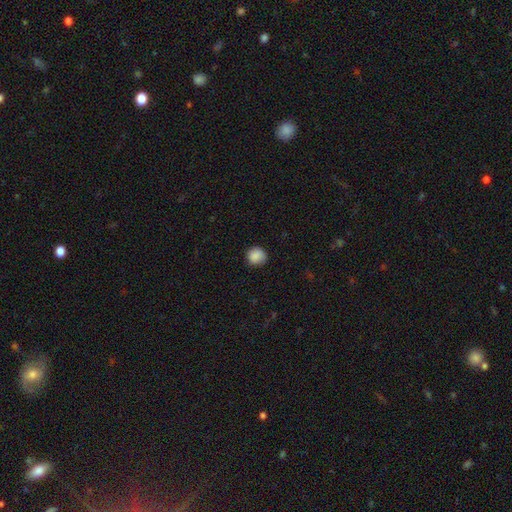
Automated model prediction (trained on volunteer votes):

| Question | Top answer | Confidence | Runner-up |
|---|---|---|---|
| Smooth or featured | smooth | 88% | star or artifact (8%) |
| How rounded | round | 88% | in between (12%) |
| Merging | none | 84% | minor disturbance (13%) |